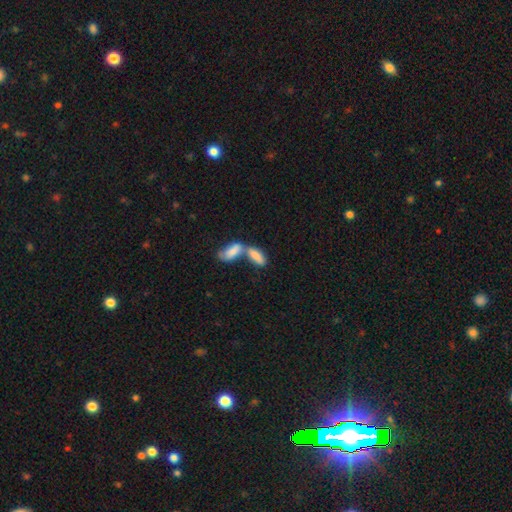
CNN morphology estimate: Q: Smooth or featured?
A: smooth (78%); runner-up: featured or disk (15%)
Q: How rounded?
A: in between (78%); runner-up: cigar-shaped (20%)
Q: Merging?
A: merger (71%); runner-up: none (18%)